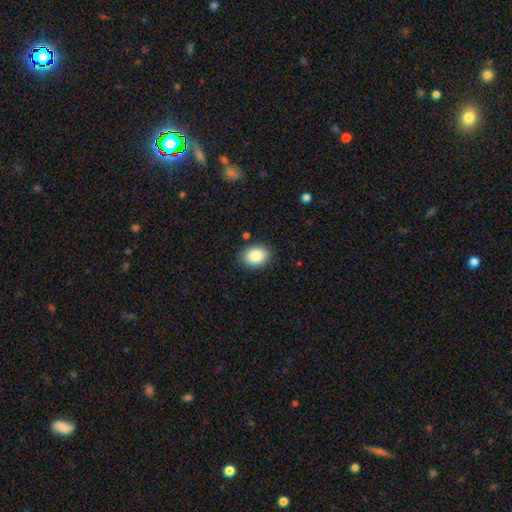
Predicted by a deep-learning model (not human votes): The model was most divided on "how rounded": in between: 59%, round: 40%, cigar-shaped: 1%. More confident: smooth or featured — smooth (87%); merging — none (87%).